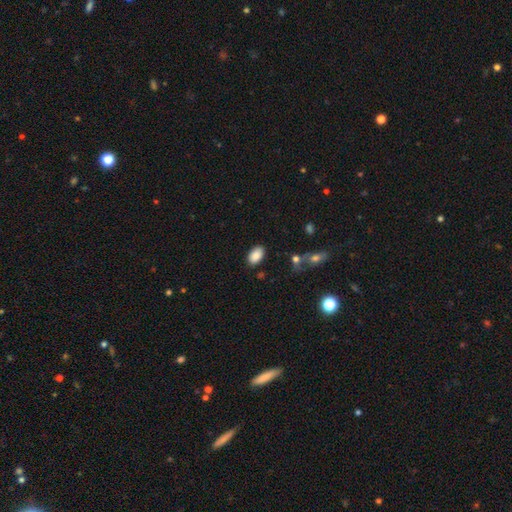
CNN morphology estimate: This appears to be a smooth galaxy with no disk features (87%) that is in between round and cigar-shaped (92%). Merging: none (84%).